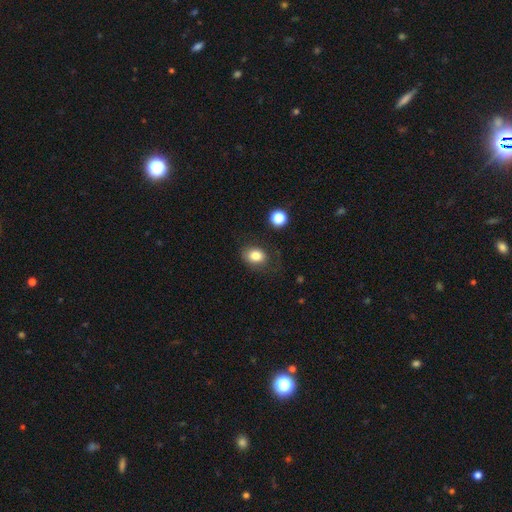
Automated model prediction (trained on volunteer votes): Smooth or featured? Predicted: smooth (p=0.82). How rounded? Predicted: in between (p=0.58). Merging? Predicted: none (p=0.68).